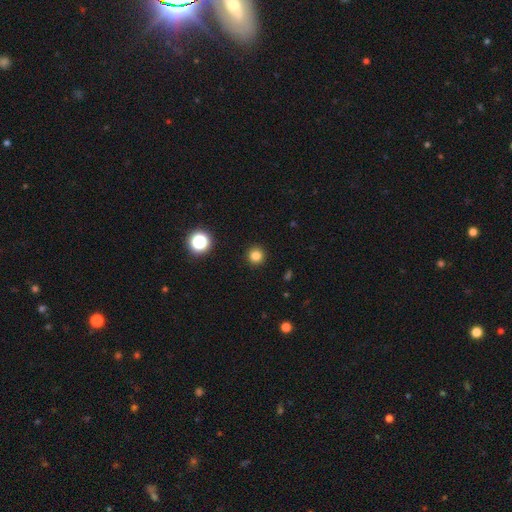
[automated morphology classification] Smooth or featured? smooth (82%)
How rounded? round (95%)
Merging? none (93%)